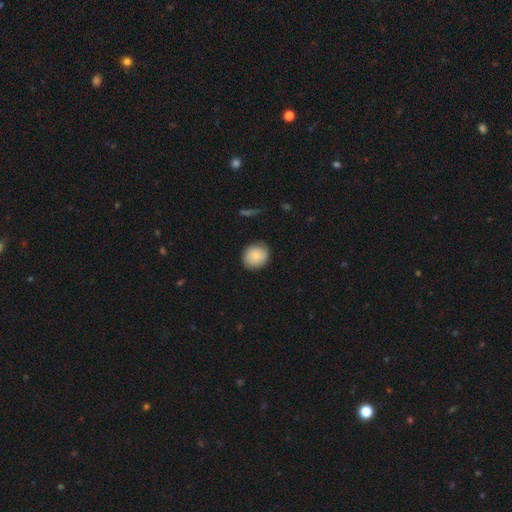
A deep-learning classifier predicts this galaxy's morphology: This is likely a smooth galaxy (79%). How rounded: likely round (78%). Merging: clearly none (83%).